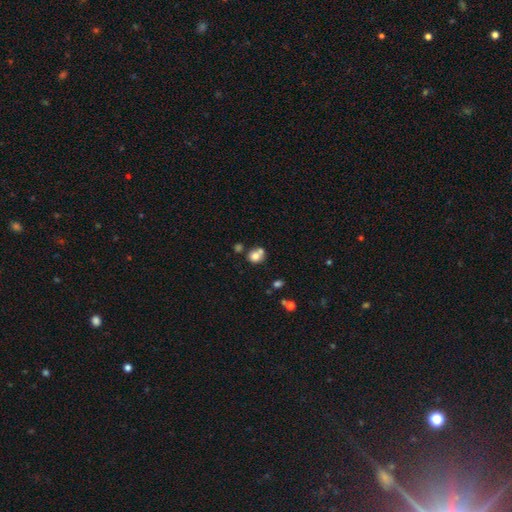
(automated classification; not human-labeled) Smooth or featured? smooth (76%)
How rounded? round (76%)
Merging? none (45%)